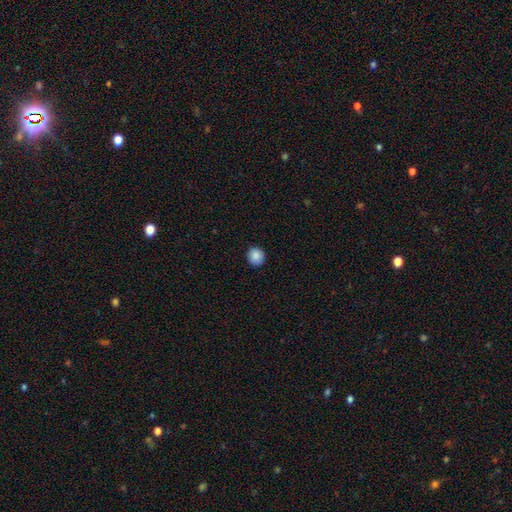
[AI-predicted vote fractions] Morphology: type=smooth (88%); roundness=round (90%); merging=none (92%).